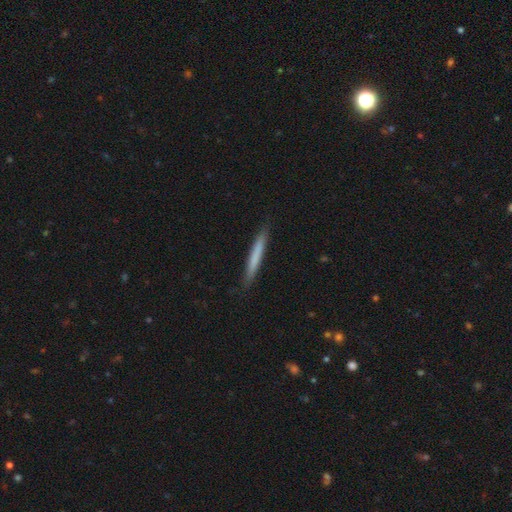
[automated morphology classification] smooth-or-featured: smooth: 67% | featured or disk: 27% | star or artifact: 6%
  how-rounded: cigar-shaped: 97% | in between: 2% | round: 1%
  merging: none: 89% | minor disturbance: 8% | major disturbance: 2% | merger: 1%